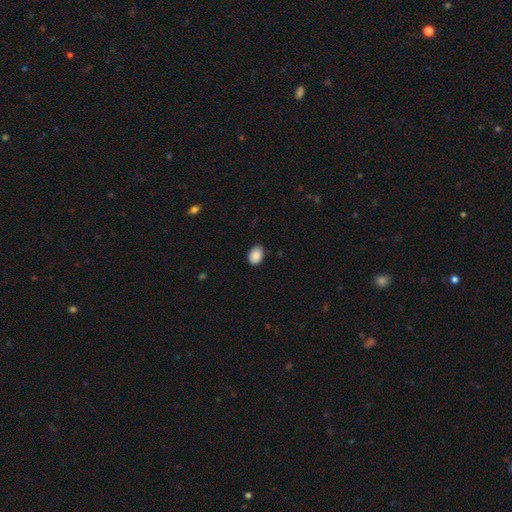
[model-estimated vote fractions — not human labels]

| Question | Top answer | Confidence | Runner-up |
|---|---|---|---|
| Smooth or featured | smooth | 89% | star or artifact (7%) |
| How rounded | in between | 76% | round (23%) |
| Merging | none | 84% | minor disturbance (13%) |